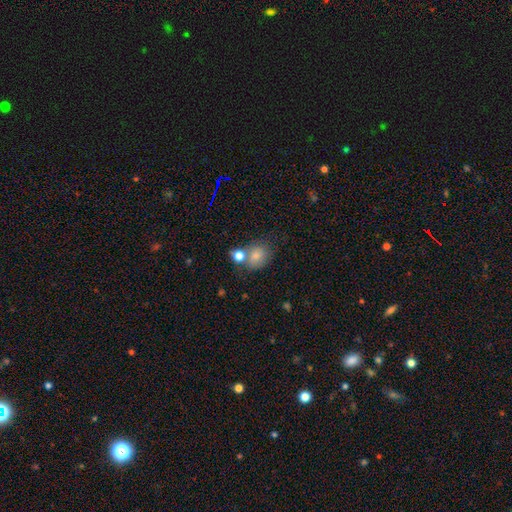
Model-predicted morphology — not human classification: This appears to be a smooth galaxy with no disk features (79%) that is round (59%). Merging: none (51%).